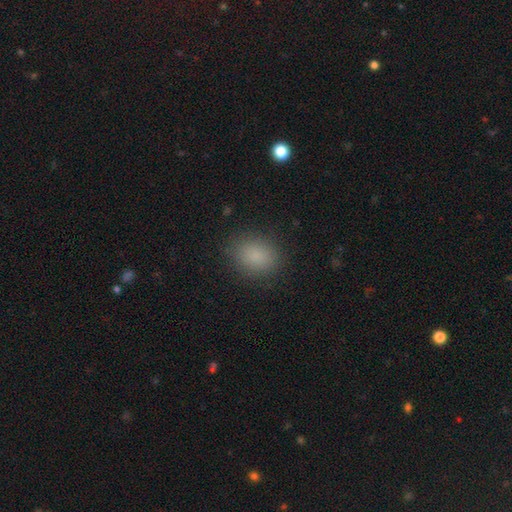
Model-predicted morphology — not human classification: Smooth or featured: smooth — 84% (star or artifact — 11%)
How rounded: in between — 55% (round — 44%)
Merging: none — 86% (minor disturbance — 10%)